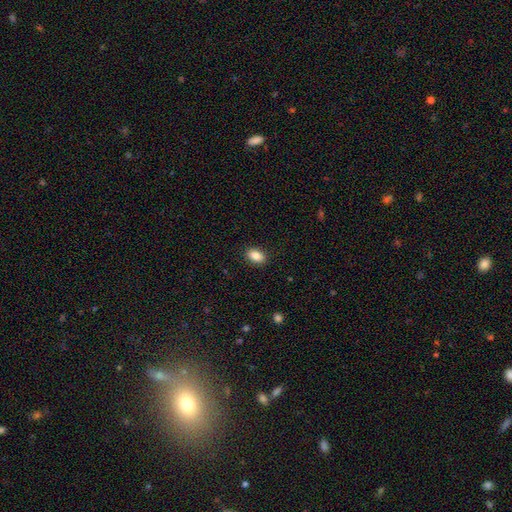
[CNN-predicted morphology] Overall: smooth (87%). How rounded: in between (87%). Merging: none (89%).